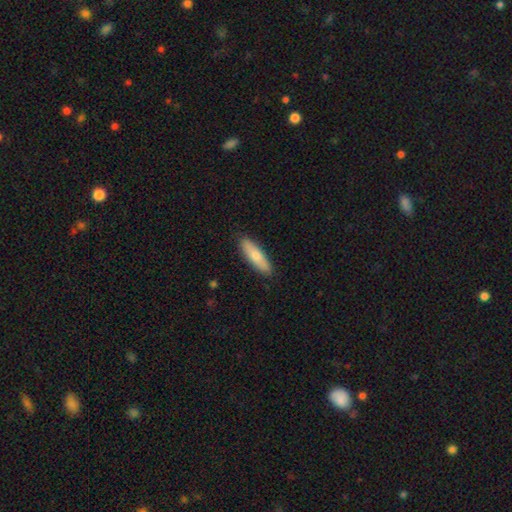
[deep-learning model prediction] Smooth or featured? smooth (73%)
How rounded? cigar-shaped (62%)
Merging? none (88%)